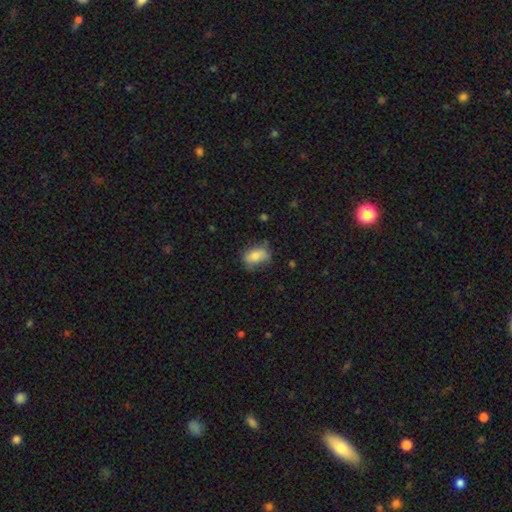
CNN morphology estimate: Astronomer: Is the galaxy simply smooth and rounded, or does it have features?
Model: smooth — 81%.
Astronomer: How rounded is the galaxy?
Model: in between — 85%.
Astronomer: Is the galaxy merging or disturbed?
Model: none — 63%.